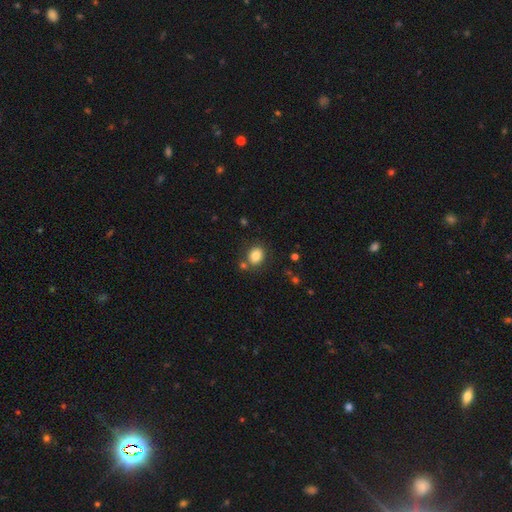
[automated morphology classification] This appears to be a smooth galaxy with no disk features (83%) that is round (53%). Merging: none (76%).